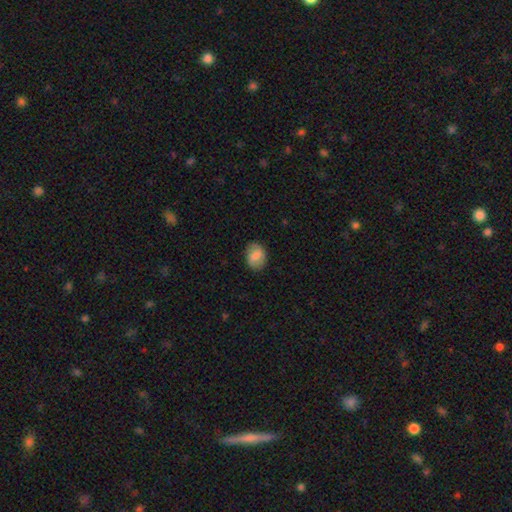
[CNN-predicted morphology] smooth_or_featured: smooth (p=0.64) [alt: featured or disk p=0.28]
how_rounded: in between (p=0.67) [alt: round p=0.32]
merging: none (p=0.79) [alt: minor disturbance p=0.15]